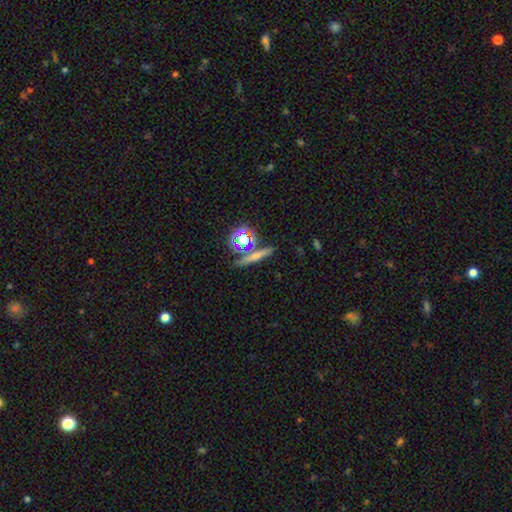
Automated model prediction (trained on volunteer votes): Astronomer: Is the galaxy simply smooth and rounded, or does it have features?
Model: smooth — 50% (runner-up: featured or disk, 28%).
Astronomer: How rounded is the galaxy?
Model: cigar-shaped — 73%.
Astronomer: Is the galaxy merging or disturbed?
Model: none — 78%.